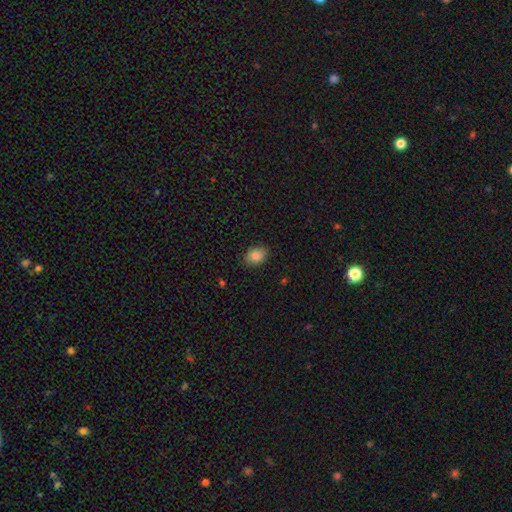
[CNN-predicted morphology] Smooth or featured? smooth (84%)
How rounded? in between (68%)
Merging? none (85%)